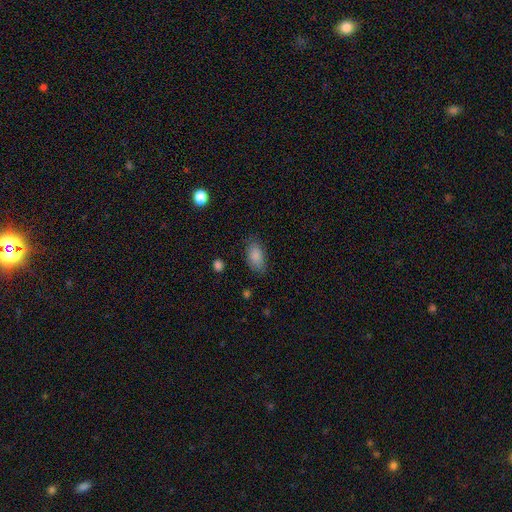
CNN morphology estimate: This is clearly a smooth galaxy (86%). How rounded: clearly in between (92%). Merging: likely none (78%).